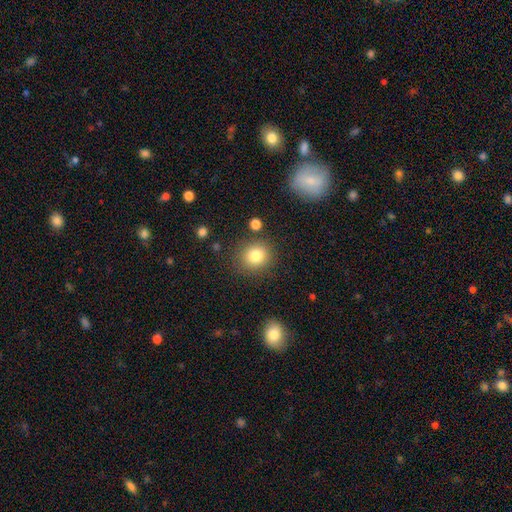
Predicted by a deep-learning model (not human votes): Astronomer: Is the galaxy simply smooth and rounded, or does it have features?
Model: smooth — 81%.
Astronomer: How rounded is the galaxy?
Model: round — 85%.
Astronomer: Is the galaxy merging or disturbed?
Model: none — 83%.